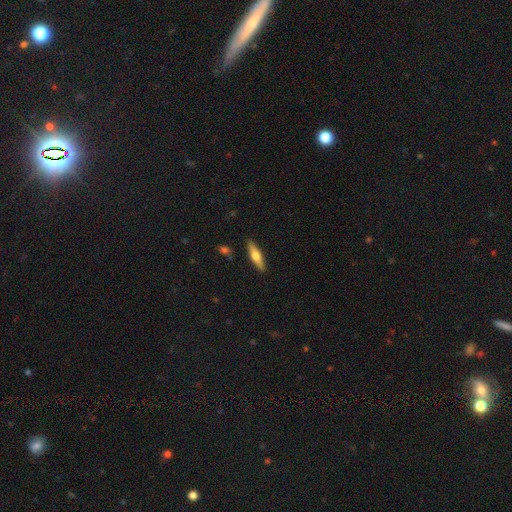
smooth 63%, featured or disk 29%, star or artifact 8%. Down the decision tree: how rounded — cigar-shaped (75%); merging — none (89%).